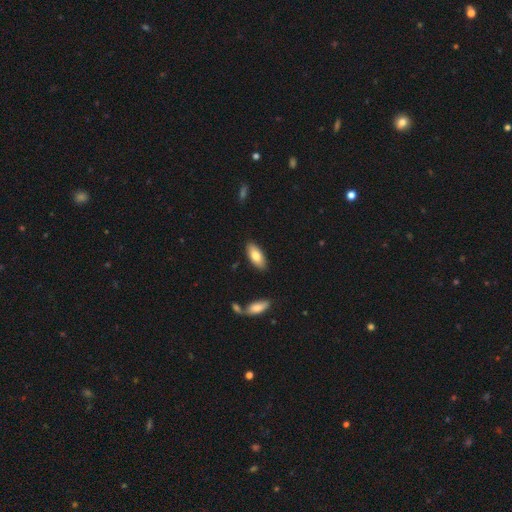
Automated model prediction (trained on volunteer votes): The model was most divided on "smooth or featured": smooth: 79%, featured or disk: 15%, star or artifact: 6%. More confident: how rounded — in between (86%); merging — none (86%).